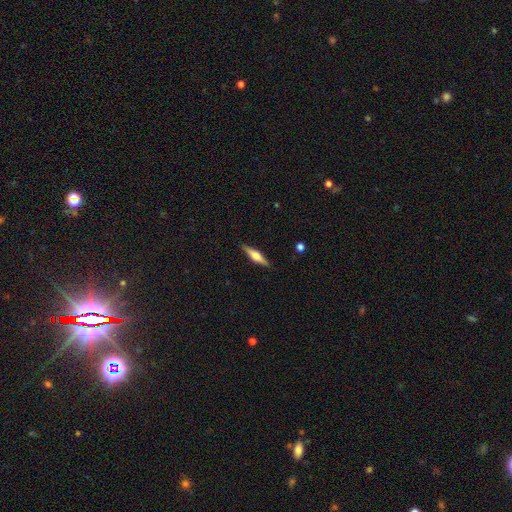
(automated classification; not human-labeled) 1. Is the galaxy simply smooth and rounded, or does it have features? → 60% featured or disk, 34% smooth, 6% star or artifact.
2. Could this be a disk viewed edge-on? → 97% yes, 3% no.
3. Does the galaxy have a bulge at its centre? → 88% rounded, 9% boxy, 3% none.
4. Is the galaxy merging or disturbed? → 90% none, 8% minor disturbance, 2% major disturbance, 1% merger.